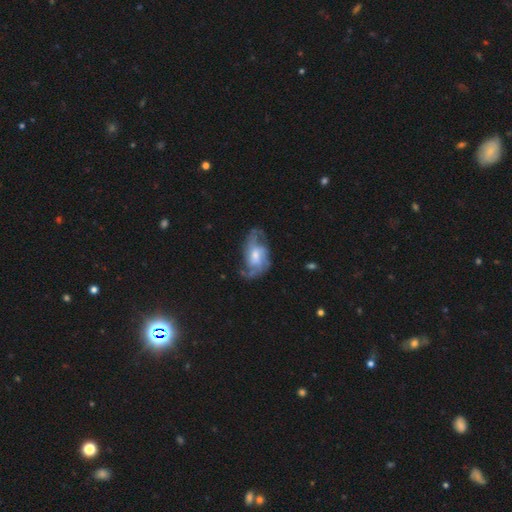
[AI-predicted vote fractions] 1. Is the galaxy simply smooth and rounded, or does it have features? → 77% featured or disk, 17% smooth, 6% star or artifact.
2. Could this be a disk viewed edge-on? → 96% no, 4% yes.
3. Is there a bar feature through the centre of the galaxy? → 50% no, 41% weak, 9% strong.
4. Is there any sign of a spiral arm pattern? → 91% yes, 9% no.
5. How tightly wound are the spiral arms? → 46% medium, 31% loose, 23% tight.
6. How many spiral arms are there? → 45% 2, 22% can't tell, 18% 3, 6% 4, 5% 1, 4% more than 4.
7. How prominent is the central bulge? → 51% moderate, 27% small, 14% large, 6% none, 2% dominant.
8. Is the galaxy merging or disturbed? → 57% none, 23% minor disturbance, 18% major disturbance, 2% merger.